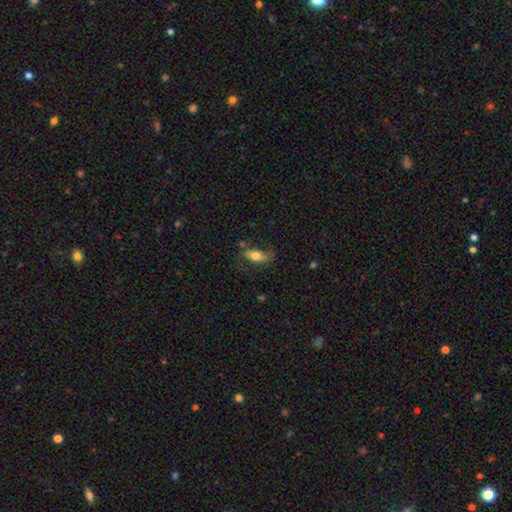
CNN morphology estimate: This is likely a smooth galaxy (65%). How rounded: clearly in between (84%). Merging: likely none (62%).